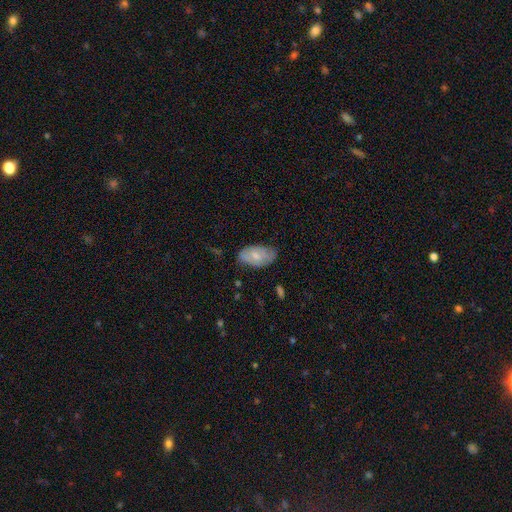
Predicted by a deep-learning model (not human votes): Smooth or featured? Predicted: smooth (p=0.62). How rounded? Predicted: in between (p=0.94). Merging? Predicted: none (p=0.67).